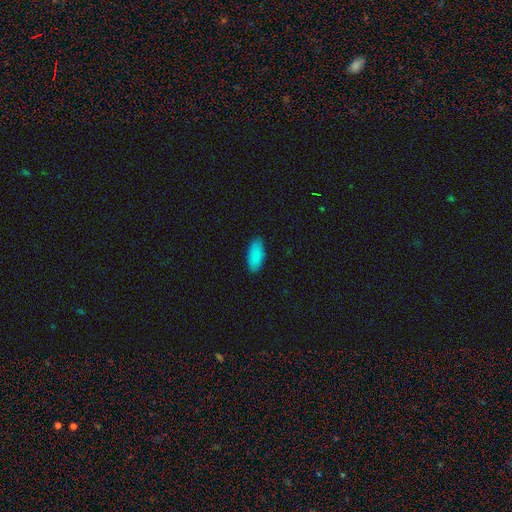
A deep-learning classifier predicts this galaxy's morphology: smooth-or-featured: smooth: 89% | star or artifact: 7% | featured or disk: 4%
  how-rounded: in between: 88% | cigar-shaped: 10% | round: 2%
  merging: none: 86% | minor disturbance: 10% | major disturbance: 2% | merger: 1%